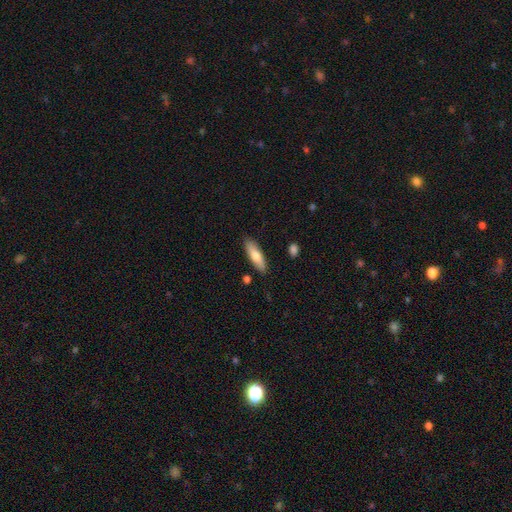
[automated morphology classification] This appears to be a smooth galaxy with no disk features (73%) that is cigar-shaped (57%). Merging: none (87%).